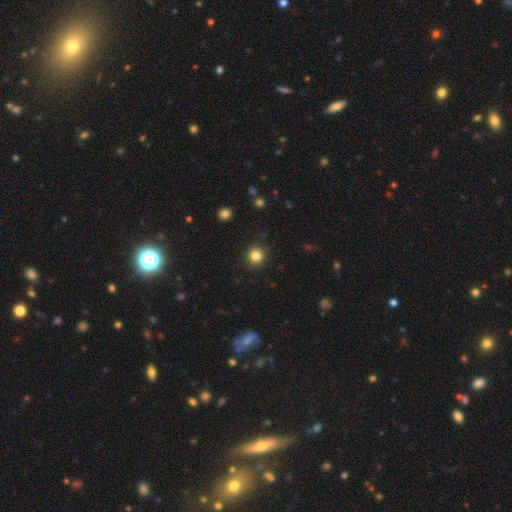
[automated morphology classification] smooth_or_featured: smooth (p=0.84) [alt: star or artifact p=0.12]
how_rounded: round (p=0.94) [alt: in between p=0.05]
merging: none (p=0.91) [alt: minor disturbance p=0.06]